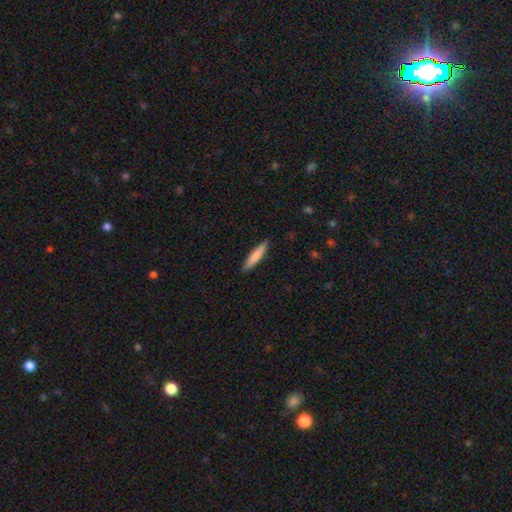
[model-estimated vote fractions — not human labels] Smooth or featured?
  - smooth: 80% *
  - featured or disk: 15%
  - star or artifact: 5%
How rounded?
  - cigar-shaped: 89% *
  - in between: 10%
  - round: 1%
Merging?
  - none: 90% *
  - minor disturbance: 8%
  - major disturbance: 2%
  - merger: 1%